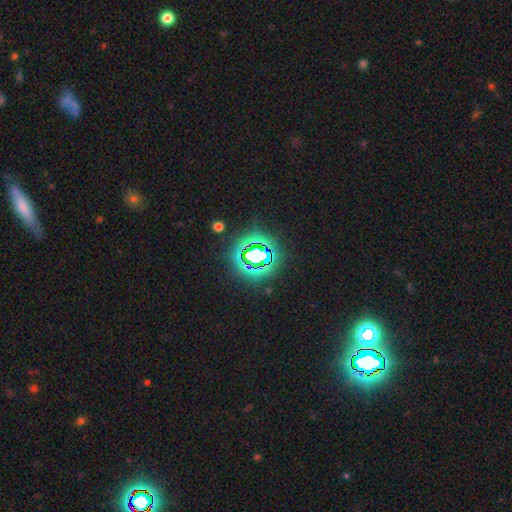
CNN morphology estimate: Smooth or featured? Predicted: star or artifact (p=0.73).